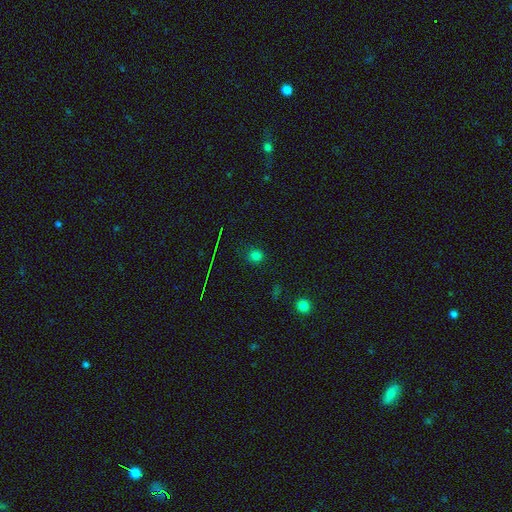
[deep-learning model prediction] A smooth galaxy with no disk features (72%) that is round (87%).

Vote fractions:
- Smooth or featured? smooth: 72% / star or artifact: 22% / featured or disk: 6%
- How rounded? round: 87% / in between: 12% / cigar-shaped: 1%
- Merging? none: 87% / minor disturbance: 9% / major disturbance: 3% / merger: 2%